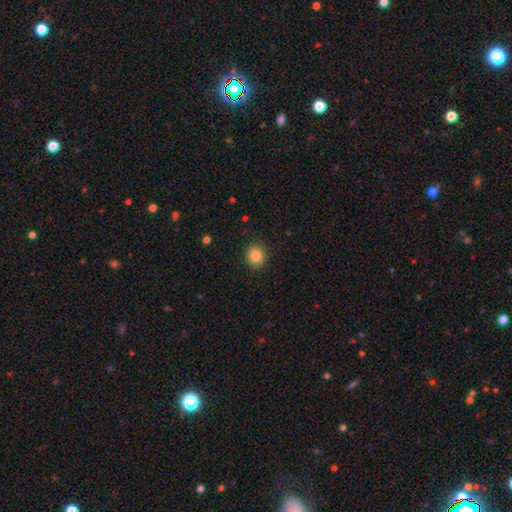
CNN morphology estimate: The model was most divided on "how rounded": round: 68%, in between: 31%, cigar-shaped: 1%. More confident: merging — none (88%); smooth or featured — smooth (84%).